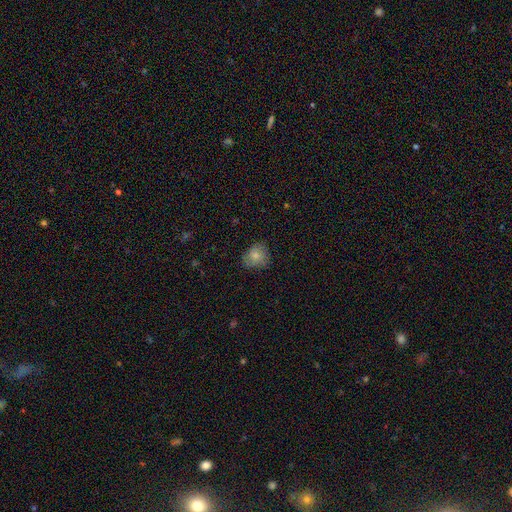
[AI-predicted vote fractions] A smooth galaxy with no disk features (78%) that is round (62%). Merging: none (72%).